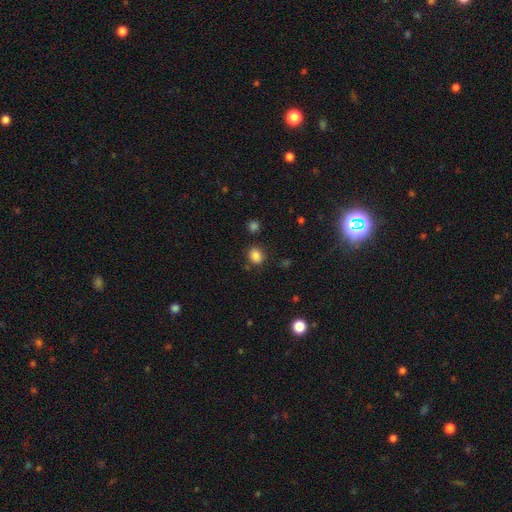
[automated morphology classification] Overall: smooth (85%). How rounded: round (56%; in between 43%). Merging: none (82%).